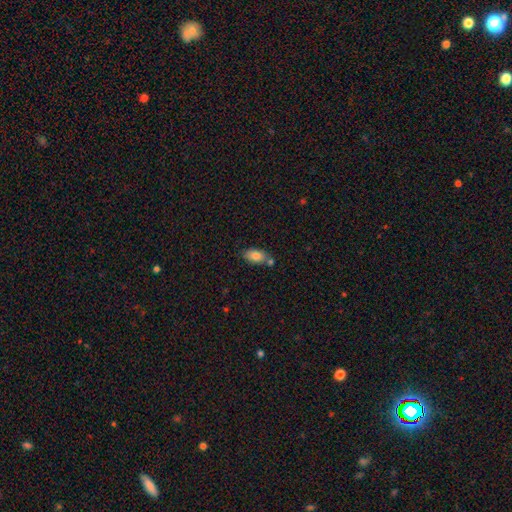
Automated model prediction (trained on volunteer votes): Morphology: type=smooth (82%); roundness=in between (91%); merging=none (61%).